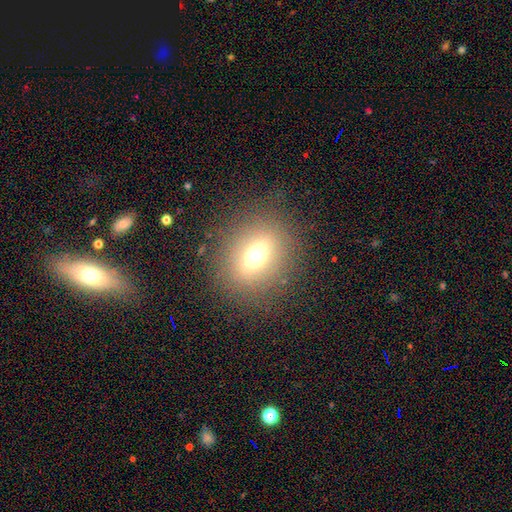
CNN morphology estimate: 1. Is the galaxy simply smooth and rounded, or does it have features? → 44% smooth, 37% featured or disk, 19% star or artifact.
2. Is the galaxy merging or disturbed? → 82% none, 9% minor disturbance, 7% major disturbance, 2% merger.